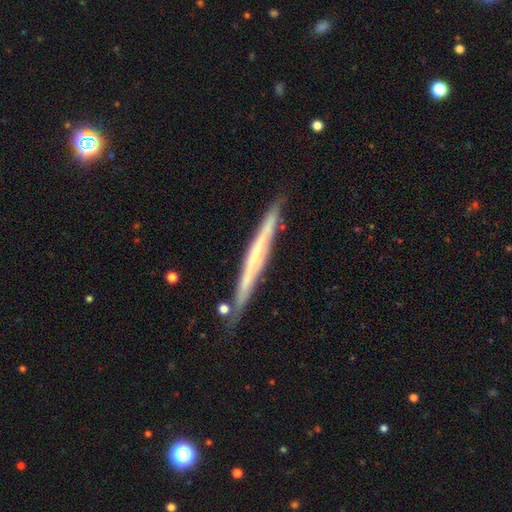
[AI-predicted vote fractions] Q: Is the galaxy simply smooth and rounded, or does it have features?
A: featured or disk — 66%.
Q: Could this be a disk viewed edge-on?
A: yes — 96%.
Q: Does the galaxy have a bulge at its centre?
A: none — 59%.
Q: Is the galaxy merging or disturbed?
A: none — 81%.